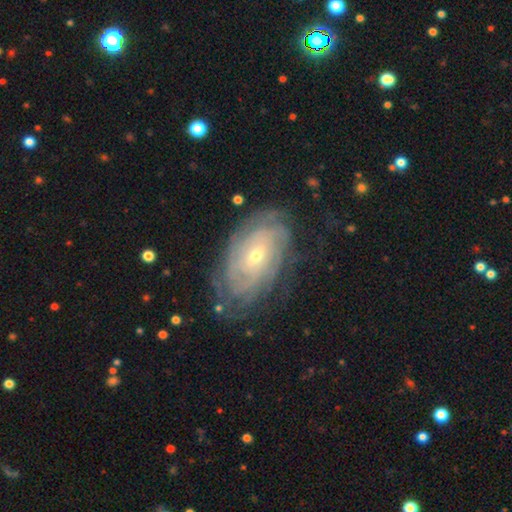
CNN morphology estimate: featured or disk 83%, smooth 10%, star or artifact 6%. Down the decision tree: edge-on disk — no (94%); bar — no (63%); spiral arms — yes (94%); spiral arm count — can't tell (49%); spiral winding — tight (79%); bulge size — small (64%); merging — none (73%).